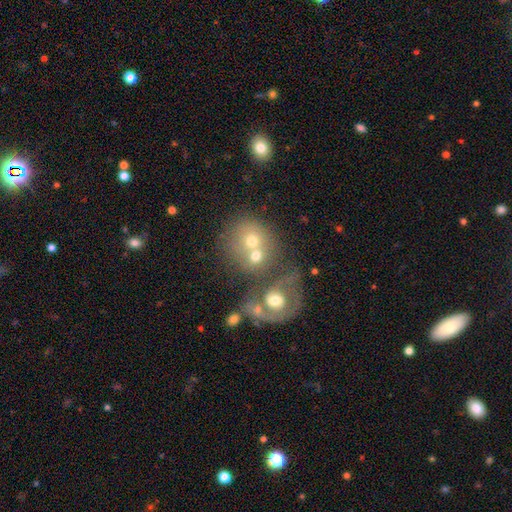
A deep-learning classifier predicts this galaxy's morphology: This is possibly a smooth galaxy (55%). How rounded: likely round (69%). Merging: likely merger (63%).